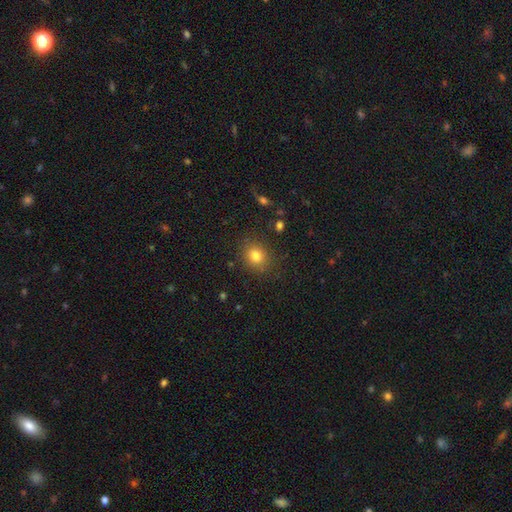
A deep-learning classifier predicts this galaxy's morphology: smooth_or_featured: smooth (p=0.80) [alt: star or artifact p=0.13]
how_rounded: round (p=0.65) [alt: in between p=0.34]
merging: none (p=0.84) [alt: minor disturbance p=0.11]